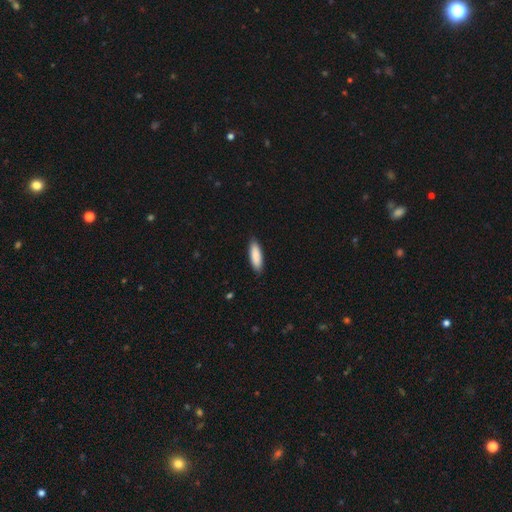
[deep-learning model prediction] smooth-or-featured: smooth: 89% | featured or disk: 6% | star or artifact: 5%
  how-rounded: in between: 53% | cigar-shaped: 45% | round: 1%
  merging: none: 88% | minor disturbance: 10% | major disturbance: 2% | merger: 1%